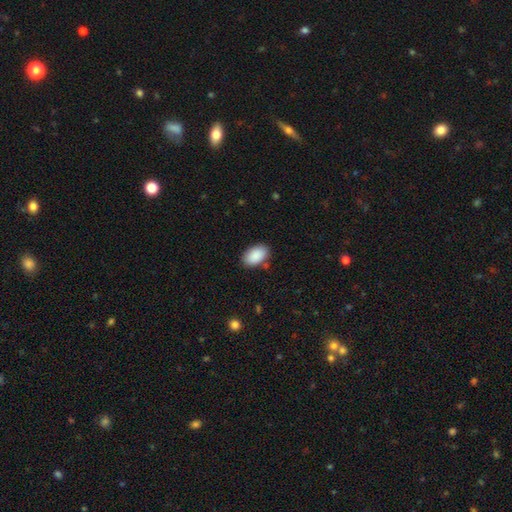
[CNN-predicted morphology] Smooth or featured: smooth — 90% (star or artifact — 6%)
How rounded: in between — 94% (round — 5%)
Merging: none — 84% (minor disturbance — 11%)